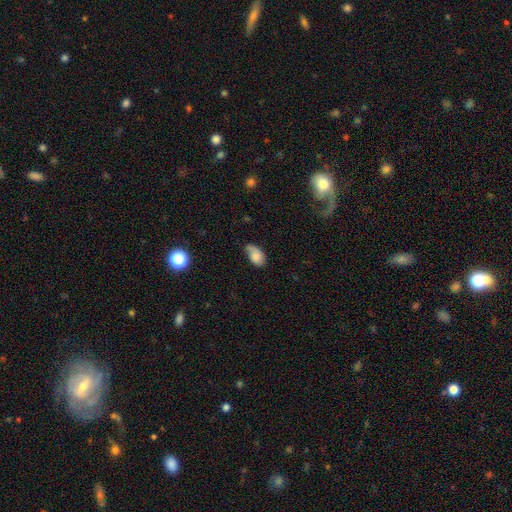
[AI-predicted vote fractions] Q: Smooth or featured?
A: smooth (74%); runner-up: featured or disk (18%)
Q: How rounded?
A: in between (89%); runner-up: round (9%)
Q: Merging?
A: none (41%); runner-up: minor disturbance (39%)